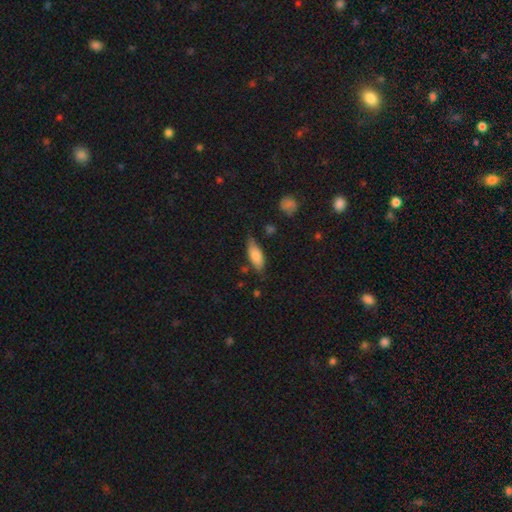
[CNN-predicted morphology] Smooth or featured: smooth — 74% (featured or disk — 19%)
How rounded: in between — 73% (cigar-shaped — 25%)
Merging: none — 67% (minor disturbance — 25%)